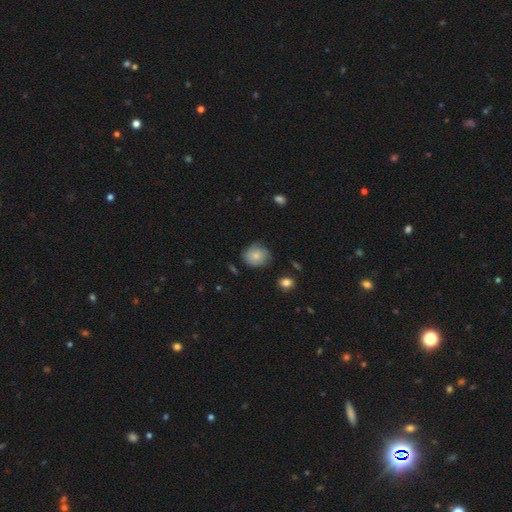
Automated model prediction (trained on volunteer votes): A smooth galaxy with no disk features (71%) that is round (76%).

Vote fractions:
- Smooth or featured? smooth: 71% / featured or disk: 21% / star or artifact: 8%
- How rounded? round: 76% / in between: 23% / cigar-shaped: 1%
- Merging? none: 69% / minor disturbance: 24% / major disturbance: 5% / merger: 2%